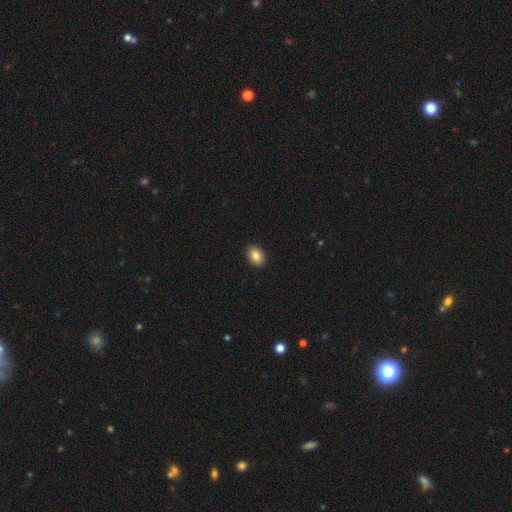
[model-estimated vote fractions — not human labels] This appears to be a smooth galaxy with no disk features (87%) that is in between round and cigar-shaped (74%). Merging: none (92%).